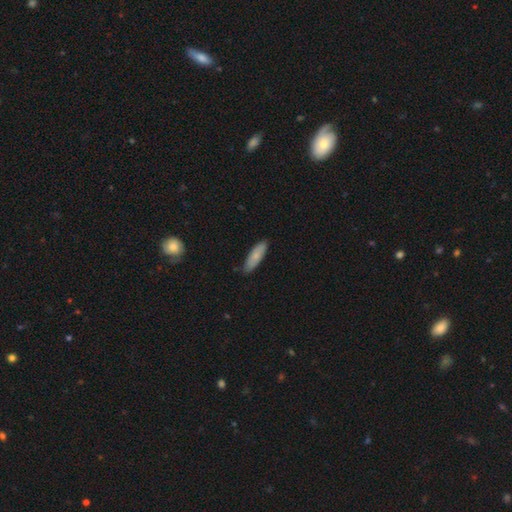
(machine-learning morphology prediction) This is likely a smooth galaxy (78%). How rounded: possibly in between (50%). Merging: likely none (79%).